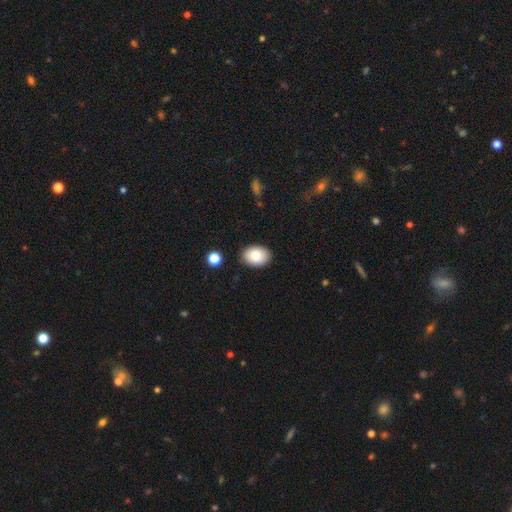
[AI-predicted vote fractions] A smooth galaxy with no disk features (84%) that is in between round and cigar-shaped (81%).

Vote fractions:
- Smooth or featured? smooth: 84% / featured or disk: 8% / star or artifact: 7%
- How rounded? in between: 81% / round: 18% / cigar-shaped: 1%
- Merging? none: 86% / minor disturbance: 10% / major disturbance: 2% / merger: 2%